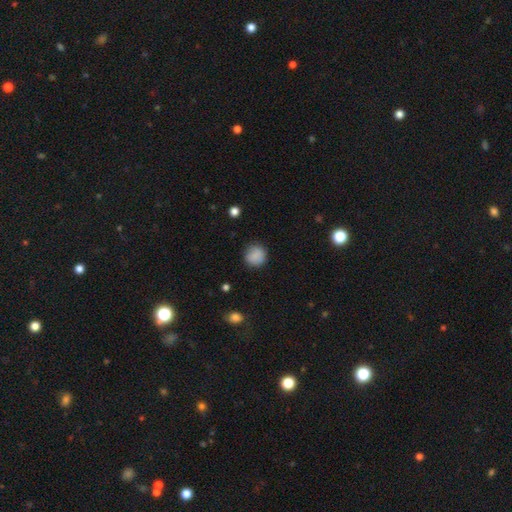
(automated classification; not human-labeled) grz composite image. It shows a smooth galaxy with no disk features (86%) that is round (88%). Merging: none (85%).